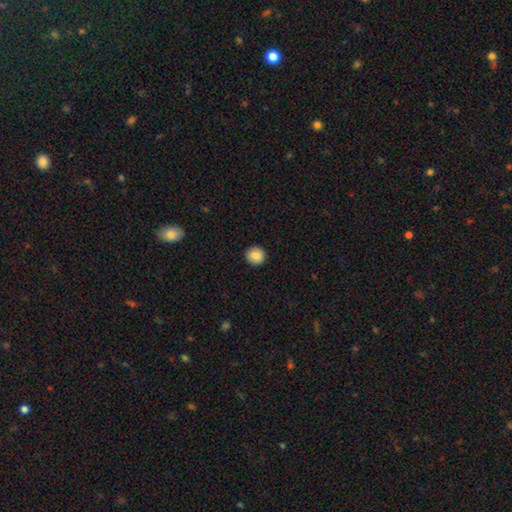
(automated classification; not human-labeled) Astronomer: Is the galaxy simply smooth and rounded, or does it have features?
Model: smooth — 87%.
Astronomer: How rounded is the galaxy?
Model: round — 91%.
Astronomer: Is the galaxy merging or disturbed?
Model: none — 92%.